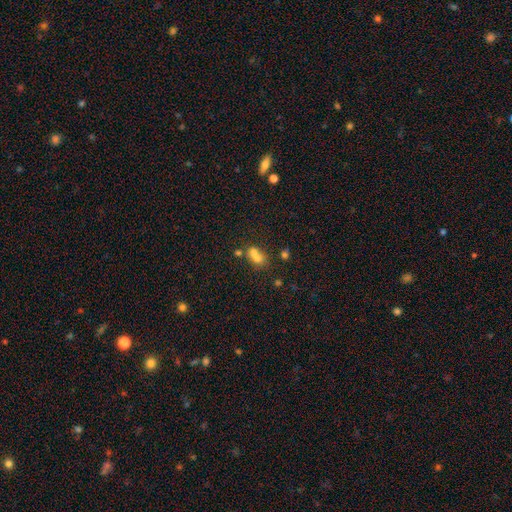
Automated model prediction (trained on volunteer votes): smooth-or-featured: smooth: 65% | featured or disk: 20% | star or artifact: 15%
  how-rounded: round: 64% | in between: 34% | cigar-shaped: 1%
  merging: merger: 66% | none: 24% | minor disturbance: 6% | major disturbance: 3%